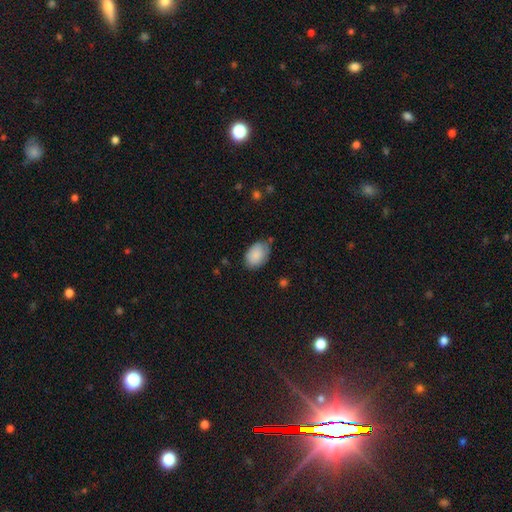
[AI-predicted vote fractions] The model was most divided on "merging": none: 63%, minor disturbance: 29%, major disturbance: 5%, merger: 3%. More confident: how rounded — in between (88%); smooth or featured — smooth (86%).